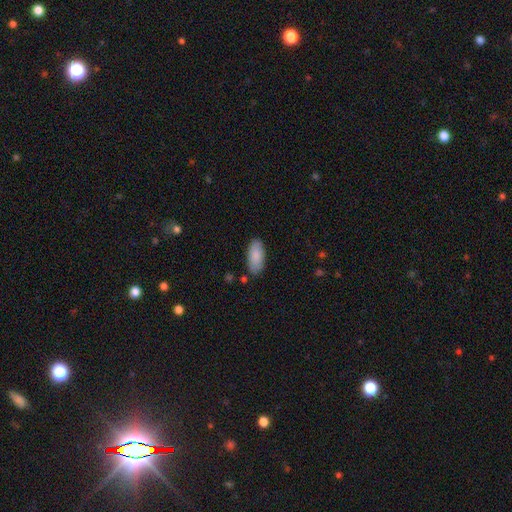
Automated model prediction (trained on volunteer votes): A smooth galaxy with no disk features (87%) that is in between round and cigar-shaped (89%).

Vote fractions:
- Smooth or featured? smooth: 87% / featured or disk: 8% / star or artifact: 6%
- How rounded? in between: 89% / cigar-shaped: 9% / round: 2%
- Merging? none: 85% / minor disturbance: 11% / major disturbance: 2% / merger: 2%